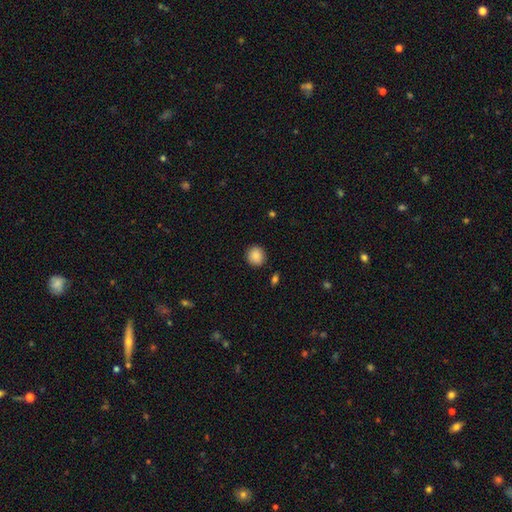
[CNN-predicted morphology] smooth_or_featured: smooth (p=0.88) [alt: star or artifact p=0.08]
how_rounded: round (p=0.86) [alt: in between p=0.13]
merging: none (p=0.90) [alt: minor disturbance p=0.07]